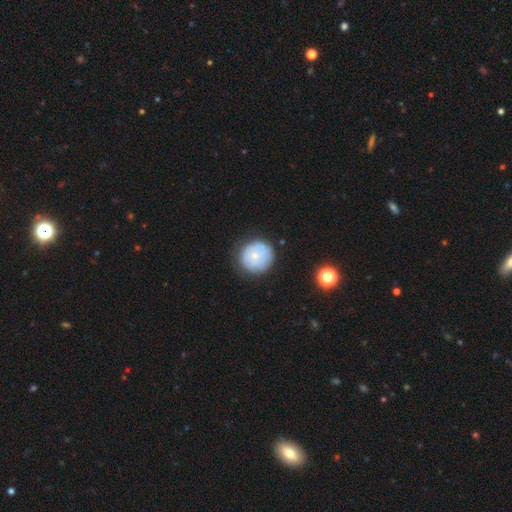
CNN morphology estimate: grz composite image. It shows a smooth galaxy with no disk features (59%) that is round (92%). Merging: none (75%).